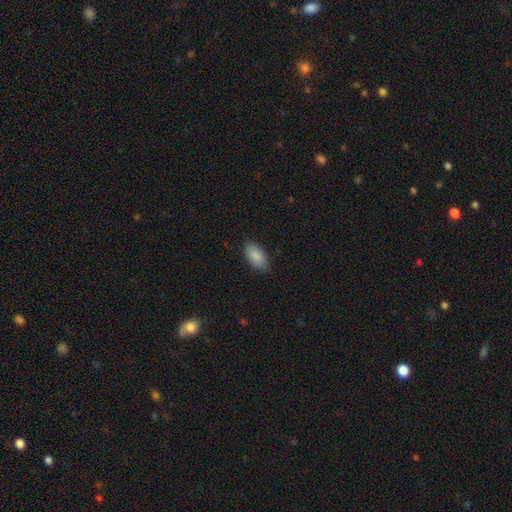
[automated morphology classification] Q: Smooth or featured?
A: smooth (88%); runner-up: star or artifact (6%)
Q: How rounded?
A: in between (93%); runner-up: cigar-shaped (5%)
Q: Merging?
A: none (84%); runner-up: minor disturbance (12%)